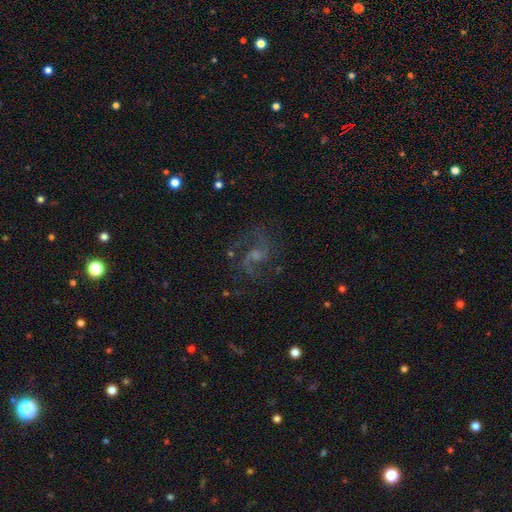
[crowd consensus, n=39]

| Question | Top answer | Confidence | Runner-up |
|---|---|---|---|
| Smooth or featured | featured or disk | 90% | star or artifact (8%) |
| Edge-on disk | no | 100% | — |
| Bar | no | 57% | weak (40%) |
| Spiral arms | yes | 94% | no (6%) |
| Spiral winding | medium | 48% | tied: loose (48%) |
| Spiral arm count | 2 | 94% | 1 (3%) |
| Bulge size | moderate | 34% | tied: small (34%) |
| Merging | none | 64% | minor disturbance (17%) |